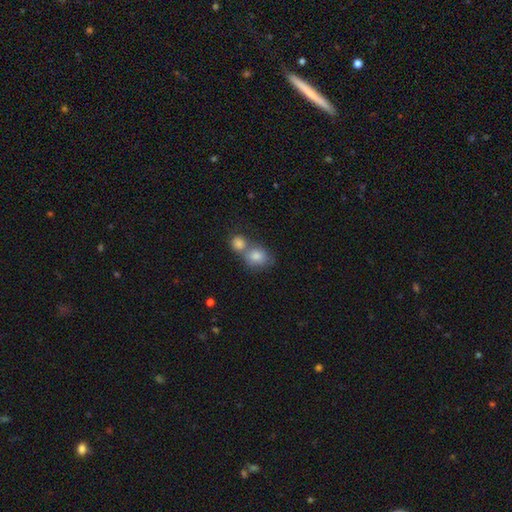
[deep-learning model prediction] smooth 79%, star or artifact 11%, featured or disk 10%. Down the decision tree: how rounded — round (67%); merging — merger (53%).